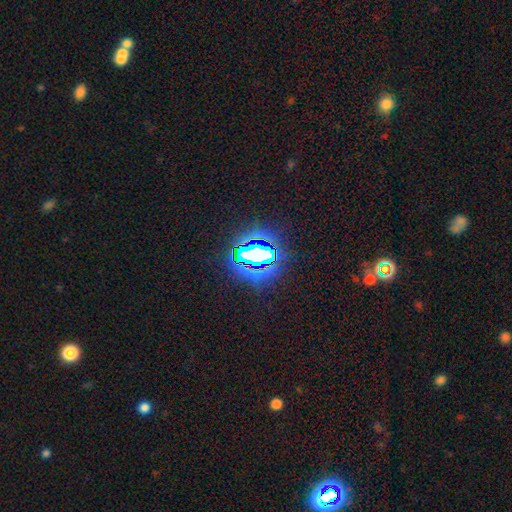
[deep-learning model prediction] This appears to be a star or artifact, not a galaxy (75%).